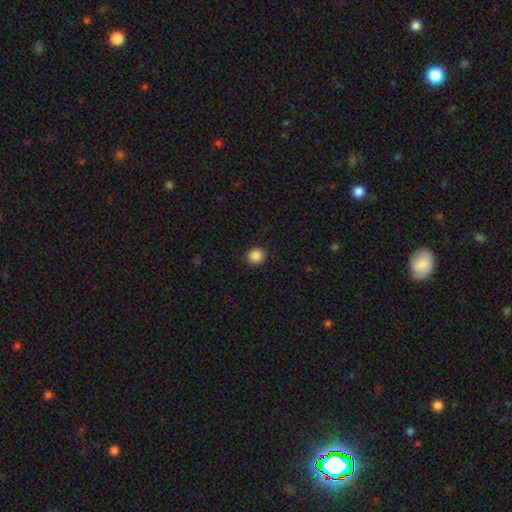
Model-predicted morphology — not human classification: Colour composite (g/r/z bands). It shows a smooth galaxy with no disk features (87%) that is round (84%). Merging: none (91%).